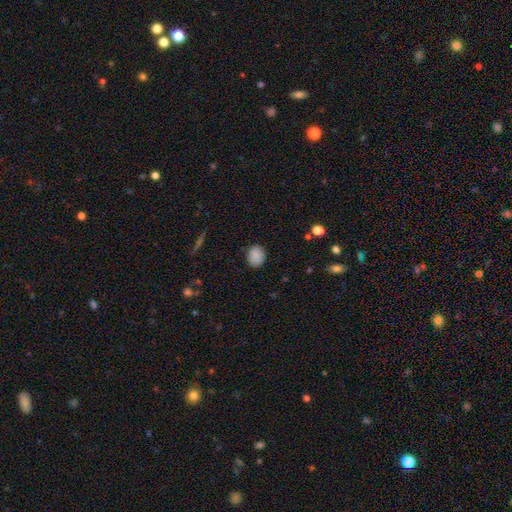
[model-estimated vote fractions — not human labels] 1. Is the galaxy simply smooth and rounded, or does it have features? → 88% smooth, 8% star or artifact, 4% featured or disk.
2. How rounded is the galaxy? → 65% round, 34% in between, 1% cigar-shaped.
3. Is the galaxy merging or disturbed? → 87% none, 9% minor disturbance, 2% major disturbance, 1% merger.